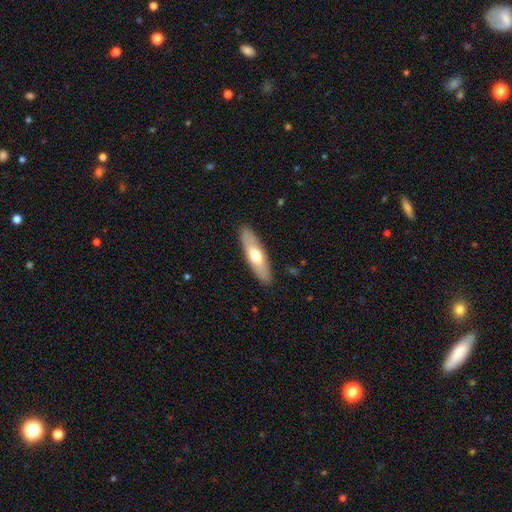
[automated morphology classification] Smooth or featured? Predicted: smooth (p=0.59). How rounded? Predicted: cigar-shaped (p=0.59). Merging? Predicted: none (p=0.89).